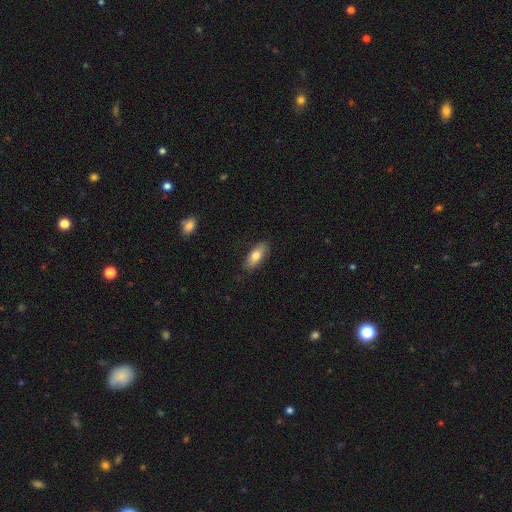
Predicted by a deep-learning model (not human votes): The model was most divided on "smooth or featured": smooth: 76%, featured or disk: 17%, star or artifact: 6%. More confident: merging — none (83%); how rounded — in between (83%).